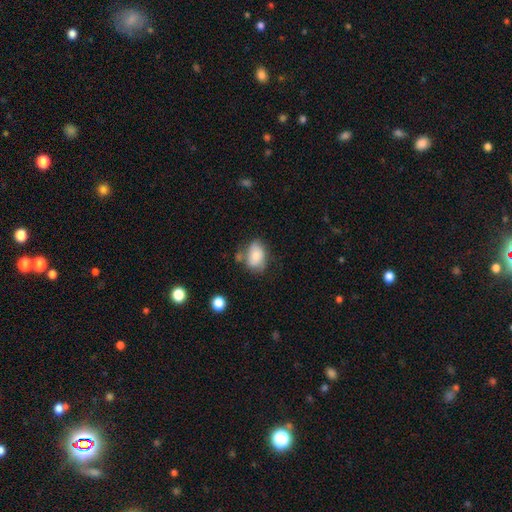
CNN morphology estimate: A smooth galaxy with no disk features (72%) that is in between round and cigar-shaped (81%).

Vote fractions:
- Smooth or featured? smooth: 72% / featured or disk: 20% / star or artifact: 8%
- How rounded? in between: 81% / round: 18% / cigar-shaped: 1%
- Merging? none: 57% / minor disturbance: 26% / merger: 10% / major disturbance: 8%